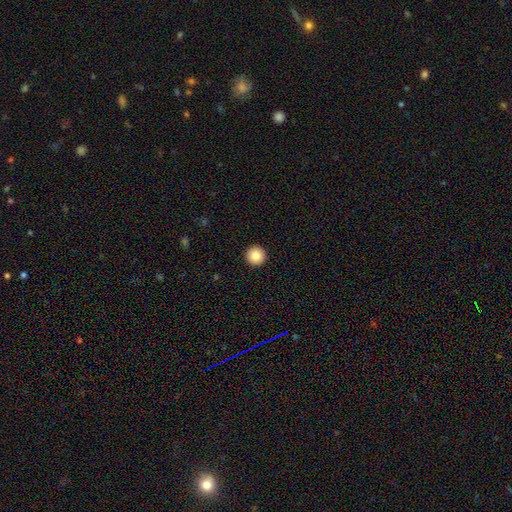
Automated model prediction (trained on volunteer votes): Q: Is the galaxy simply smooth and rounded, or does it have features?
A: smooth — 85%.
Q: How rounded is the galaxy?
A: round — 97%.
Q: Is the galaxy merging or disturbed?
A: none — 94%.